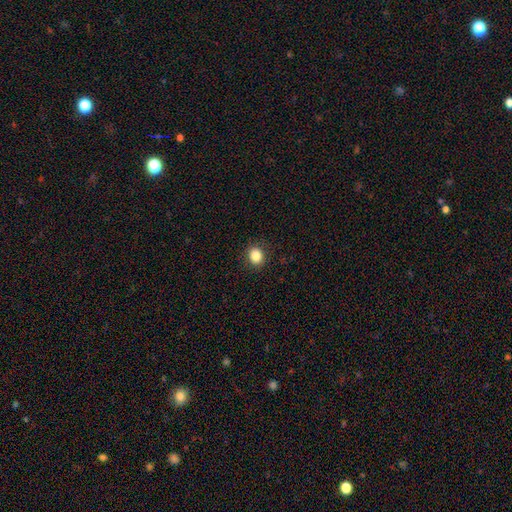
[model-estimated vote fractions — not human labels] Smooth or featured: smooth — 86% (star or artifact — 10%)
How rounded: round — 70% (in between — 29%)
Merging: none — 90% (minor disturbance — 7%)